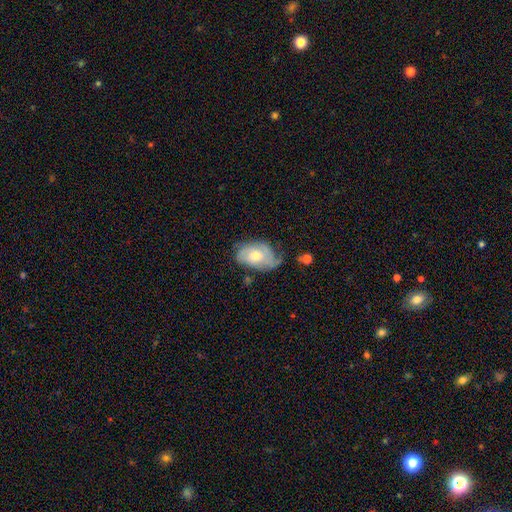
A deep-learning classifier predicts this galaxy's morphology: A featured or disk galaxy (65%) with no bar (79%), tight (49%) spiral arms (83%) and a moderate central bulge (67%).

Vote fractions:
- Smooth or featured? featured or disk: 65% / smooth: 28% / star or artifact: 7%
- Edge-on disk? no: 95% / yes: 5%
- Bar? no: 79% / weak: 18% / strong: 3%
- Spiral arms? yes: 83% / no: 17%
- Spiral winding? tight: 49% / medium: 34% / loose: 17%
- Spiral arm count? can't tell: 35% / 3: 26% / 2: 21% / 4: 9% / 1: 6% / more than 4: 4%
- Bulge size? moderate: 67% / small: 28% / large: 4% / none: 1% / dominant: 1%
- Merging? none: 49% / minor disturbance: 33% / major disturbance: 14% / merger: 3%